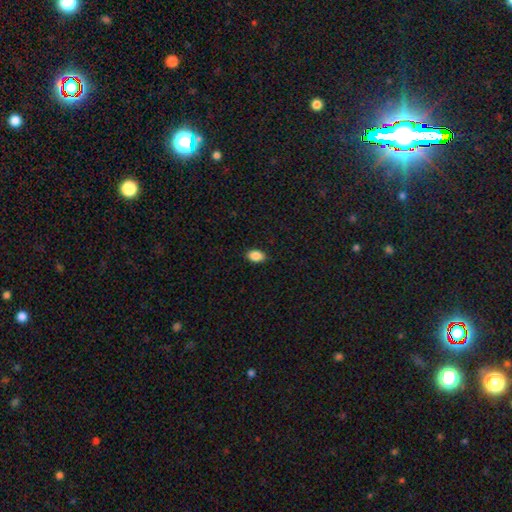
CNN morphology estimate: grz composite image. It shows a smooth galaxy with no disk features (88%) that is in between round and cigar-shaped (89%). Merging: none (88%).